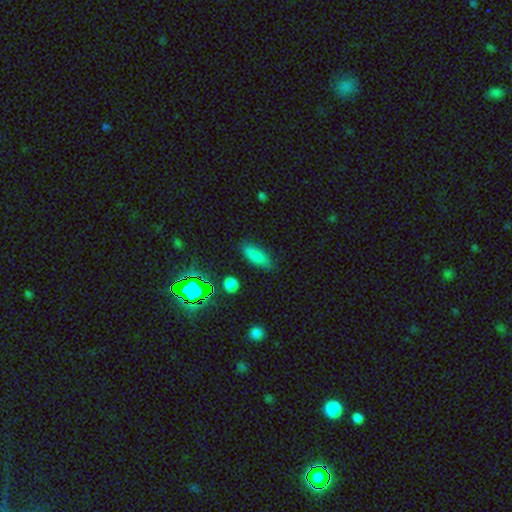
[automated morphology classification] Q: Smooth or featured?
A: smooth (79%); runner-up: star or artifact (12%)
Q: How rounded?
A: in between (67%); runner-up: cigar-shaped (30%)
Q: Merging?
A: none (80%); runner-up: minor disturbance (15%)